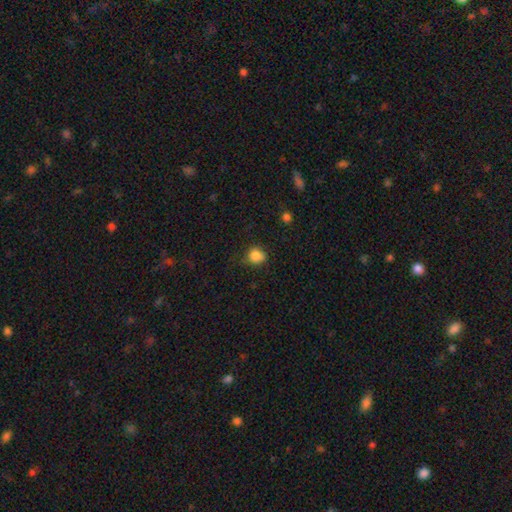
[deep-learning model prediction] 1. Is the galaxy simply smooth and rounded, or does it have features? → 85% smooth, 11% star or artifact, 4% featured or disk.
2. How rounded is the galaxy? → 76% round, 23% in between, 1% cigar-shaped.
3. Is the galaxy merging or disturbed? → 72% none, 21% minor disturbance, 5% major disturbance, 2% merger.